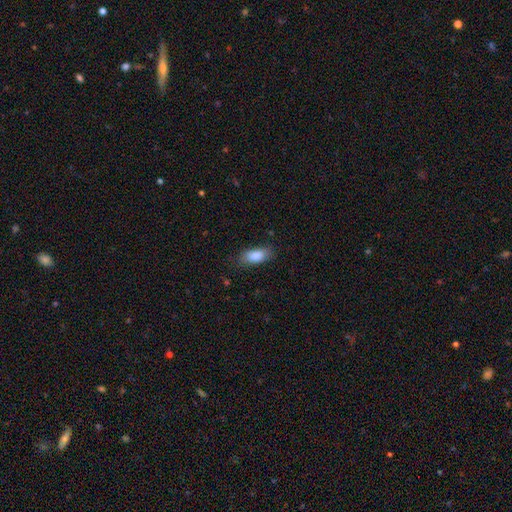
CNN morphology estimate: smooth_or_featured: smooth (p=0.87) [alt: star or artifact p=0.07]
how_rounded: in between (p=0.85) [alt: cigar-shaped p=0.13]
merging: none (p=0.75) [alt: minor disturbance p=0.18]